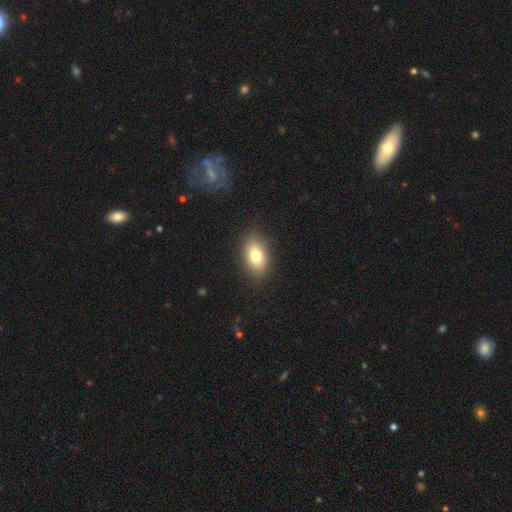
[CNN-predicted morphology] This is likely a smooth galaxy (79%). How rounded: clearly in between (88%). Merging: clearly none (88%).